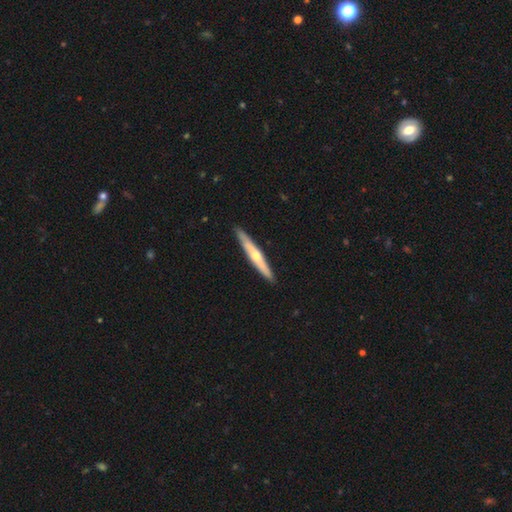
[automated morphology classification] Smooth or featured? featured or disk (62%)
Edge-on disk? yes (95%)
Edge-on bulge? rounded (82%)
Merging? none (91%)